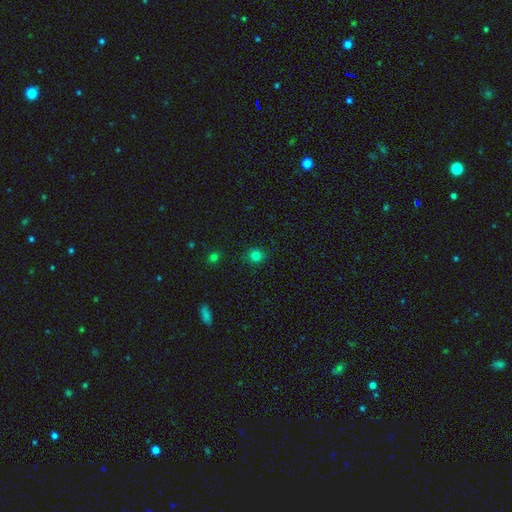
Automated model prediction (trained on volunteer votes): smooth_or_featured: smooth (p=0.78) [alt: star or artifact p=0.17]
how_rounded: round (p=0.88) [alt: in between p=0.11]
merging: none (p=0.87) [alt: minor disturbance p=0.09]